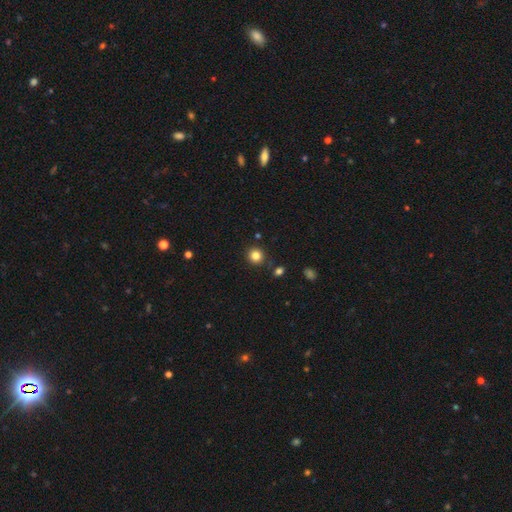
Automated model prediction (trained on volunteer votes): smooth_or_featured: smooth (p=0.83) [alt: star or artifact p=0.12]
how_rounded: round (p=0.91) [alt: in between p=0.08]
merging: none (p=0.88) [alt: minor disturbance p=0.07]